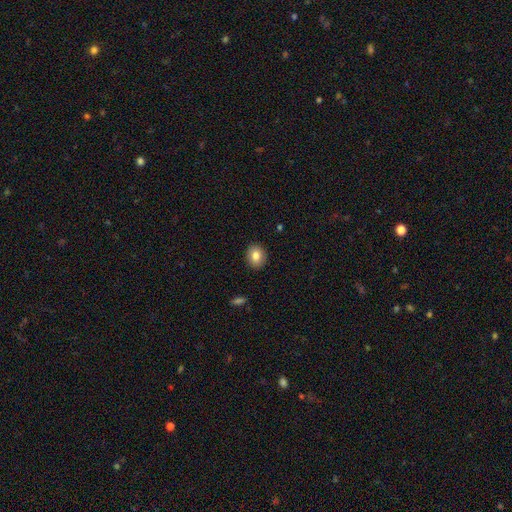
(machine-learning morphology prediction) Smooth or featured?
  - smooth: 81% *
  - featured or disk: 10%
  - star or artifact: 9%
How rounded?
  - round: 66% *
  - in between: 34%
  - cigar-shaped: 1%
Merging?
  - none: 91% *
  - minor disturbance: 6%
  - major disturbance: 2%
  - merger: 1%